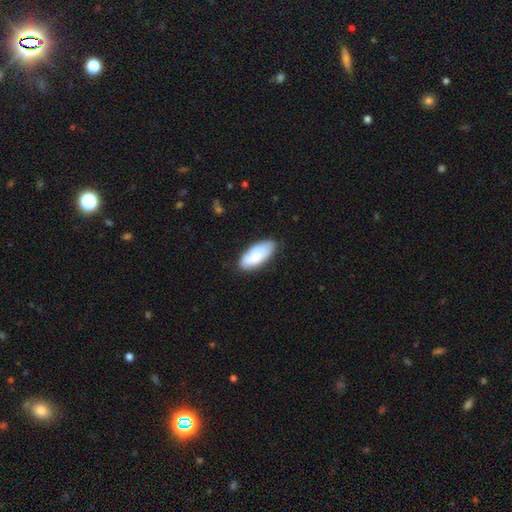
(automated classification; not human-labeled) This is clearly a smooth galaxy (83%). How rounded: clearly in between (88%). Merging: likely none (77%).